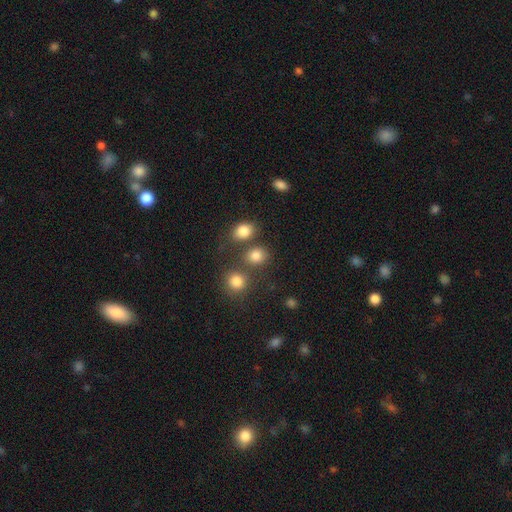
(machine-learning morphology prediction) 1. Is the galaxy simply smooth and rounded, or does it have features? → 81% smooth, 12% star or artifact, 6% featured or disk.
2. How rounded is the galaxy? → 64% round, 35% in between, 1% cigar-shaped.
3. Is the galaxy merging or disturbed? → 65% none, 20% merger, 10% minor disturbance, 5% major disturbance.